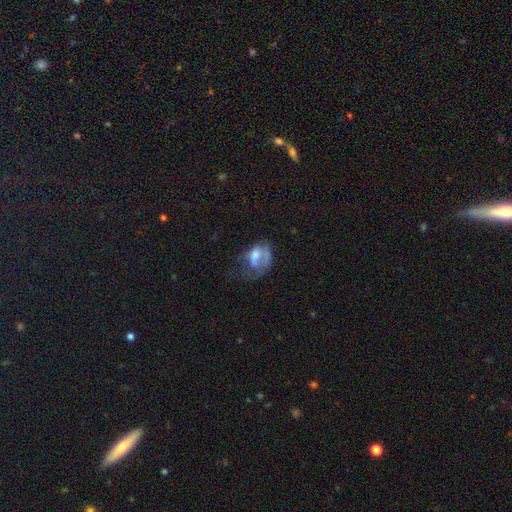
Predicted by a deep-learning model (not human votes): Q: Smooth or featured?
A: smooth (54%); runner-up: featured or disk (36%)
Q: How rounded?
A: in between (75%); runner-up: round (23%)
Q: Merging?
A: major disturbance (49%); runner-up: none (23%)